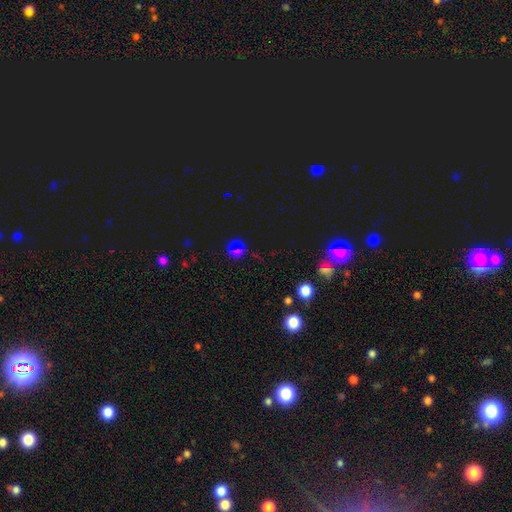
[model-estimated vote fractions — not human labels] Smooth or featured? Predicted: star or artifact (p=0.55).